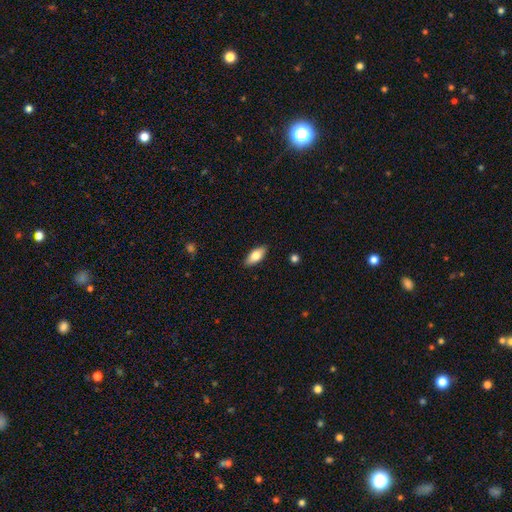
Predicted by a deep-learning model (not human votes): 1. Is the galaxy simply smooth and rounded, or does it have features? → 75% smooth, 19% featured or disk, 6% star or artifact.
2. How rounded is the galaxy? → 85% in between, 13% cigar-shaped, 3% round.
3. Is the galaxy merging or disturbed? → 88% none, 9% minor disturbance, 2% major disturbance, 1% merger.